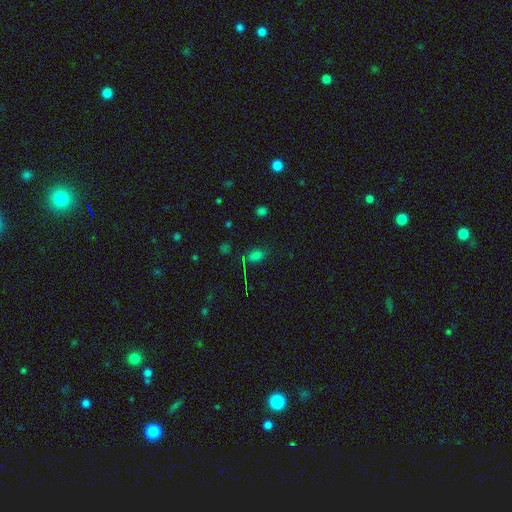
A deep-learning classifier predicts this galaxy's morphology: type=smooth (65%); roundness=in between (81%); merging=none (73%).